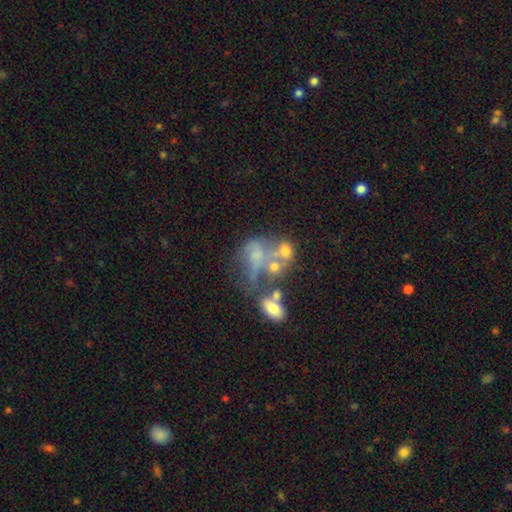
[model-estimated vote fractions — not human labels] A featured or disk galaxy (47%).

Vote fractions:
- Smooth or featured? featured or disk: 47% / smooth: 37% / star or artifact: 16%
- Merging? merger: 46% / major disturbance: 26% / none: 17% / minor disturbance: 11%